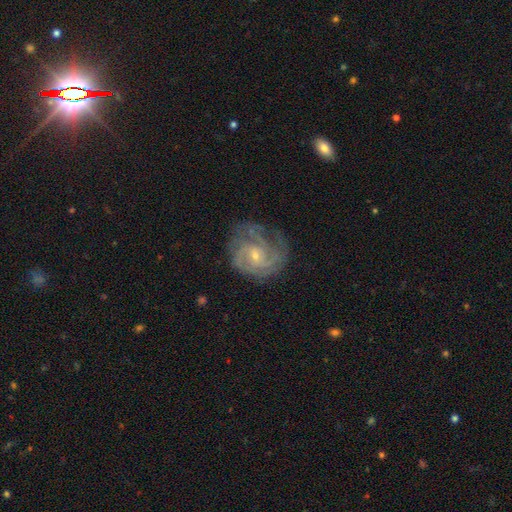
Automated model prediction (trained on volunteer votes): Q: Smooth or featured?
A: featured or disk (83%); runner-up: smooth (11%)
Q: Edge-on disk?
A: no (98%); runner-up: yes (2%)
Q: Bar?
A: no (58%); runner-up: weak (37%)
Q: Spiral arms?
A: yes (94%); runner-up: no (6%)
Q: Spiral winding?
A: tight (52%); runner-up: medium (38%)
Q: Spiral arm count?
A: can't tell (29%); runner-up: 3 (27%)
Q: Bulge size?
A: small (72%); runner-up: moderate (24%)
Q: Merging?
A: none (63%); runner-up: minor disturbance (22%)